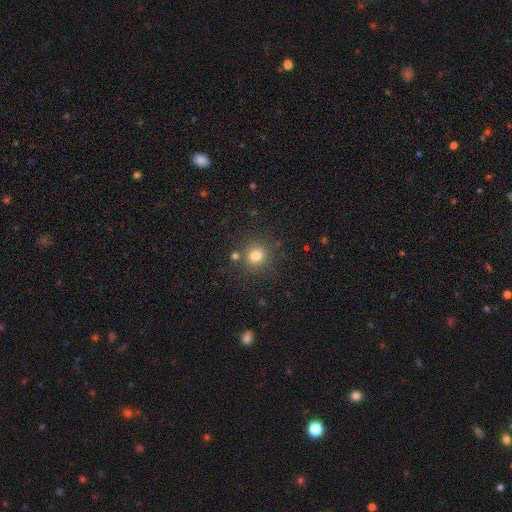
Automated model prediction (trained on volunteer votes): A smooth galaxy with no disk features (78%) that is round (87%). Merging: none (78%).